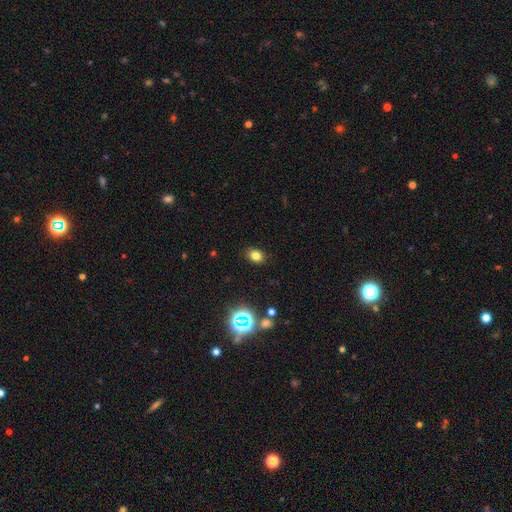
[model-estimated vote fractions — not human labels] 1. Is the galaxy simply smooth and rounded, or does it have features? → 76% smooth, 16% star or artifact, 8% featured or disk.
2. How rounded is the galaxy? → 65% in between, 34% round, 1% cigar-shaped.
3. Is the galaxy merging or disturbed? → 87% none, 9% minor disturbance, 3% major disturbance, 1% merger.